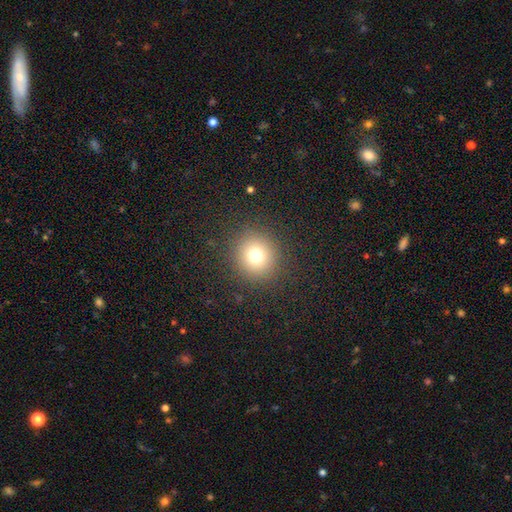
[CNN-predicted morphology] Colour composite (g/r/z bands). It shows a smooth galaxy with no disk features (74%) that is round (90%). Merging: none (89%).